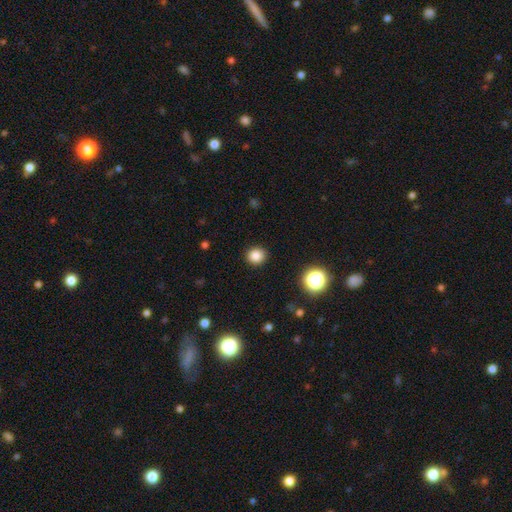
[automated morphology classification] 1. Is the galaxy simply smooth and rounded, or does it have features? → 84% smooth, 12% star or artifact, 4% featured or disk.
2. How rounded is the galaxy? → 87% round, 12% in between, 1% cigar-shaped.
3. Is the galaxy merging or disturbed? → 91% none, 6% minor disturbance, 2% major disturbance, 1% merger.